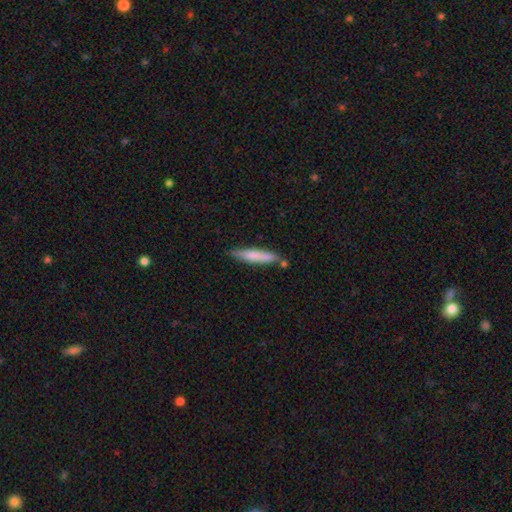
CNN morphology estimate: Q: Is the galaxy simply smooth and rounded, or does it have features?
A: smooth — 71%.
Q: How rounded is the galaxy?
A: cigar-shaped — 90%.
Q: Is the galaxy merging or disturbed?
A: none — 77%.